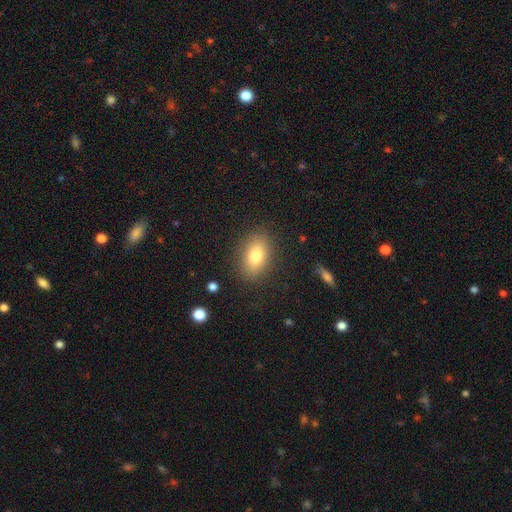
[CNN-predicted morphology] Smooth or featured?
  - smooth: 78% *
  - featured or disk: 13%
  - star or artifact: 9%
How rounded?
  - in between: 85% *
  - round: 12%
  - cigar-shaped: 3%
Merging?
  - none: 86% *
  - minor disturbance: 10%
  - major disturbance: 3%
  - merger: 1%